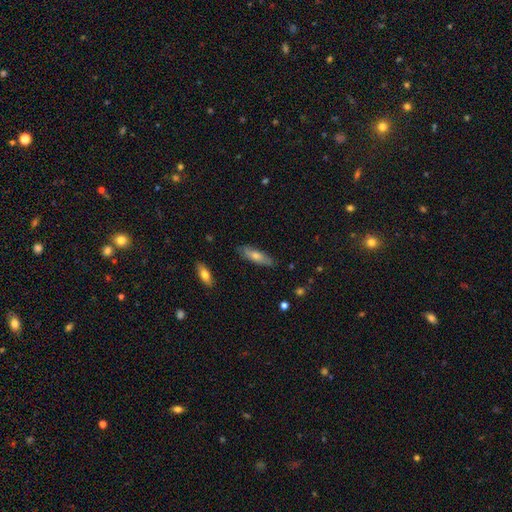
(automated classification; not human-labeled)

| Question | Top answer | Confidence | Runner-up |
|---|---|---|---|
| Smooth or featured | smooth | 65% | featured or disk (29%) |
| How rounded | cigar-shaped | 59% | in between (39%) |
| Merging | none | 83% | minor disturbance (13%) |